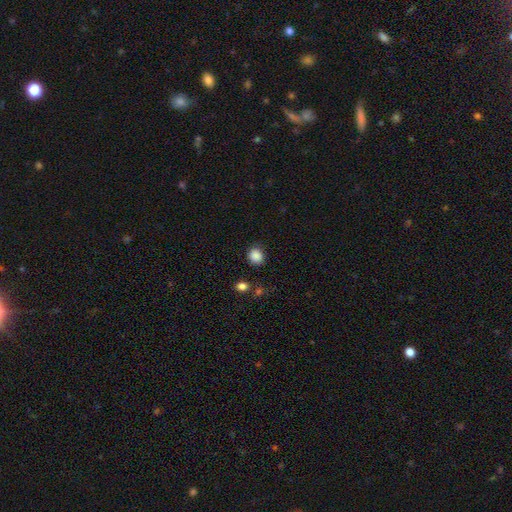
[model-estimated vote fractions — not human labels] Smooth or featured?
  - smooth: 88% *
  - star or artifact: 9%
  - featured or disk: 3%
How rounded?
  - round: 77% *
  - in between: 22%
  - cigar-shaped: 1%
Merging?
  - none: 86% *
  - minor disturbance: 9%
  - major disturbance: 3%
  - merger: 2%